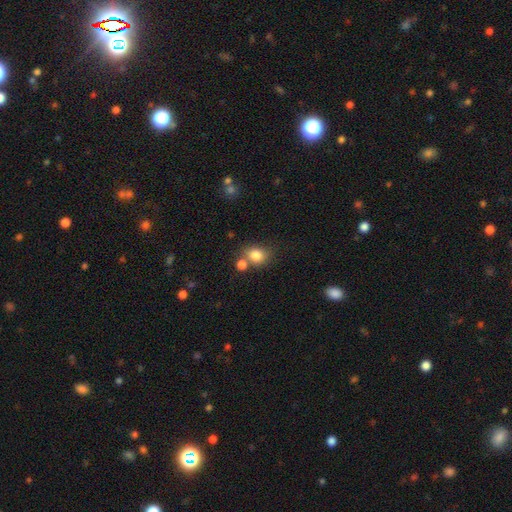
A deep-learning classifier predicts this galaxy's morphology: smooth 81%, star or artifact 11%, featured or disk 8%. Down the decision tree: how rounded — round (62%); merging — none (59%).